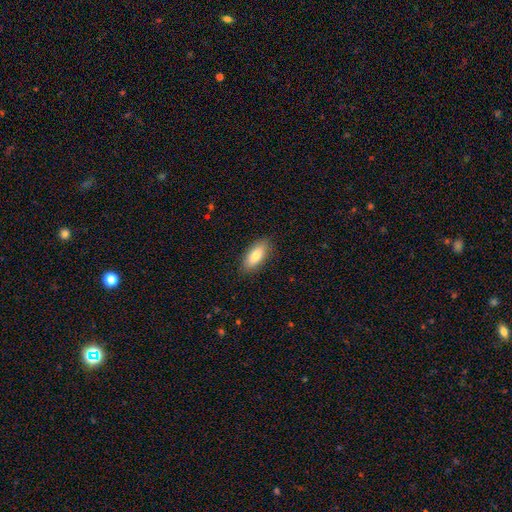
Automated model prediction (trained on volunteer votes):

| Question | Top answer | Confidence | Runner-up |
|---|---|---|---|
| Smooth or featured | smooth | 79% | featured or disk (15%) |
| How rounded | in between | 82% | cigar-shaped (15%) |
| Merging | none | 87% | minor disturbance (10%) |